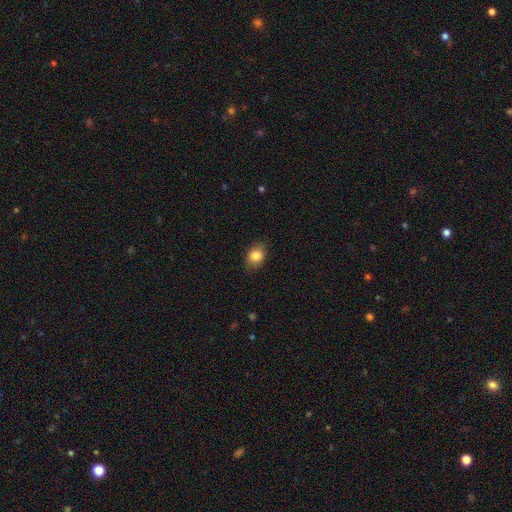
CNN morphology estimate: This is clearly a smooth galaxy (85%). How rounded: possibly in between (57%). Merging: clearly none (83%).